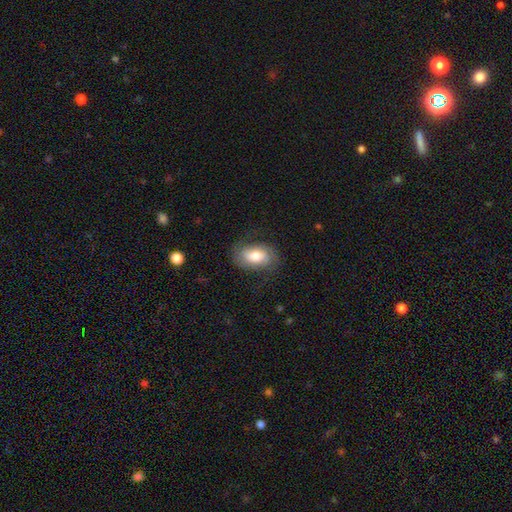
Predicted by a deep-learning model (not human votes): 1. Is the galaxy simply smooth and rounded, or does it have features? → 63% smooth, 30% featured or disk, 7% star or artifact.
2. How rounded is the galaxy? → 88% in between, 10% round, 2% cigar-shaped.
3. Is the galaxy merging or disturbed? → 72% none, 19% minor disturbance, 8% major disturbance, 1% merger.